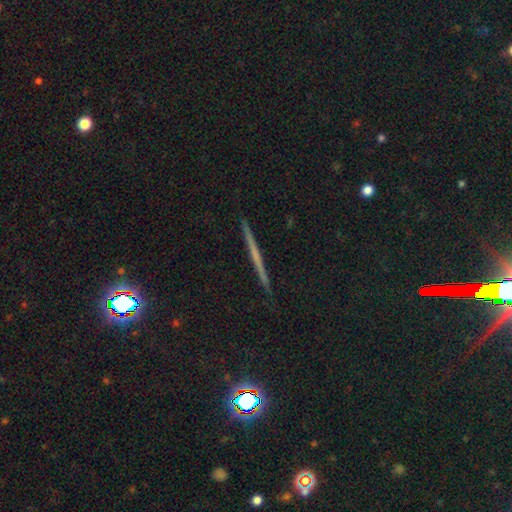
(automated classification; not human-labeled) A featured or disk galaxy (56%) viewed edge-on (97%) with no central bulge (76%). Merging: none (93%).